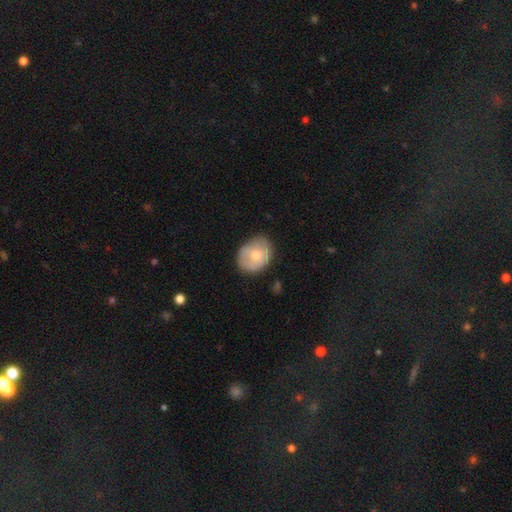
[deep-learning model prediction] Smooth or featured? smooth (62%)
How rounded? in between (53%)
Merging? none (71%)